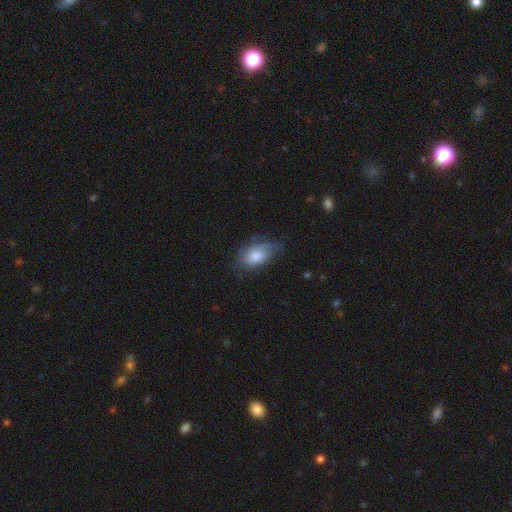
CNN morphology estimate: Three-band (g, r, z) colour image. It shows a smooth galaxy with no disk features (56%) that is in between round and cigar-shaped (87%). Merging: none (49%).